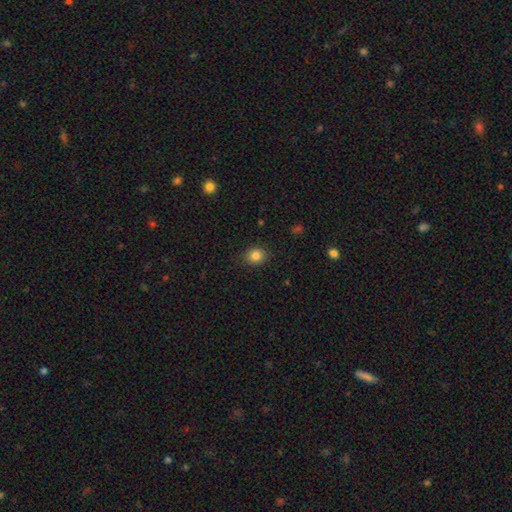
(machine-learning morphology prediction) This appears to be a smooth galaxy with no disk features (84%) that is round (64%). Merging: none (87%).